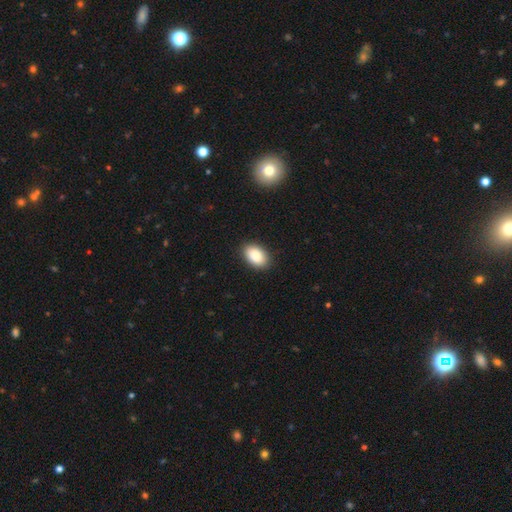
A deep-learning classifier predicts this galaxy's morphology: Smooth or featured?
  - smooth: 88% *
  - star or artifact: 7%
  - featured or disk: 5%
How rounded?
  - in between: 91% *
  - round: 7%
  - cigar-shaped: 1%
Merging?
  - none: 88% *
  - minor disturbance: 9%
  - major disturbance: 2%
  - merger: 1%